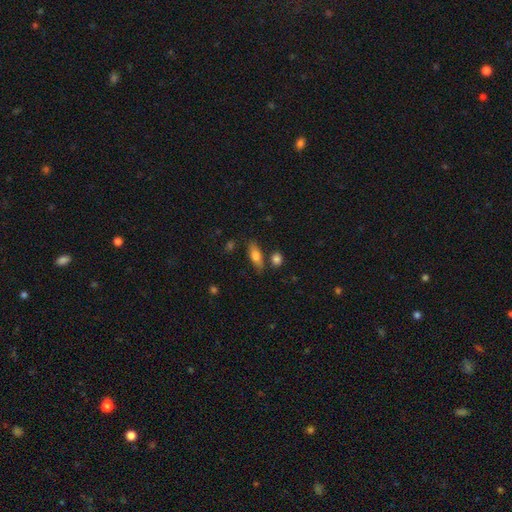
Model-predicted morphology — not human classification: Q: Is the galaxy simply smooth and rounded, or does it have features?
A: smooth — 71%.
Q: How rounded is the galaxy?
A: in between — 65%.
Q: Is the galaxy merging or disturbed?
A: none — 73%.